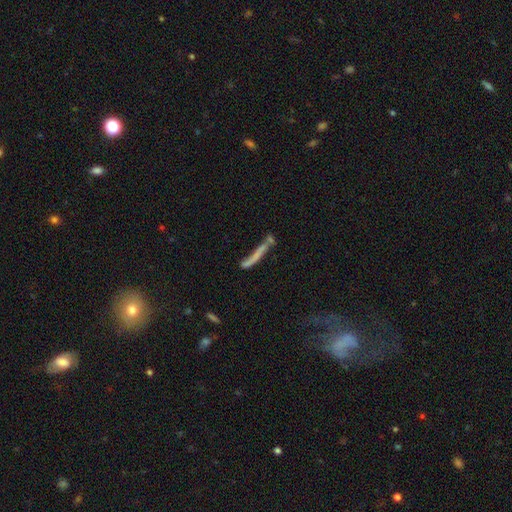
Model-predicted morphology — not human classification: The model was most divided on "smooth or featured": smooth: 49%, featured or disk: 40%, star or artifact: 11%. Remaining: merging — none (41%).